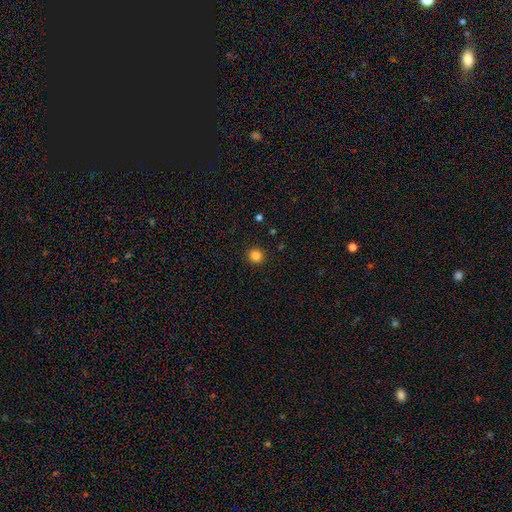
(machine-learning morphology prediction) This is clearly a smooth galaxy (85%). How rounded: clearly round (92%). Merging: clearly none (92%).